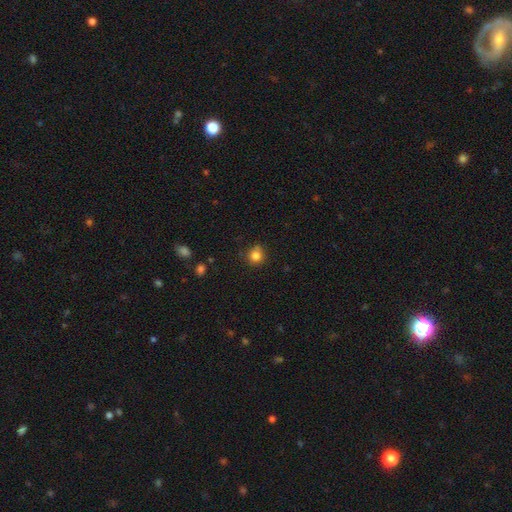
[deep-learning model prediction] A smooth galaxy with no disk features (83%) that is round (88%). Merging: none (80%).